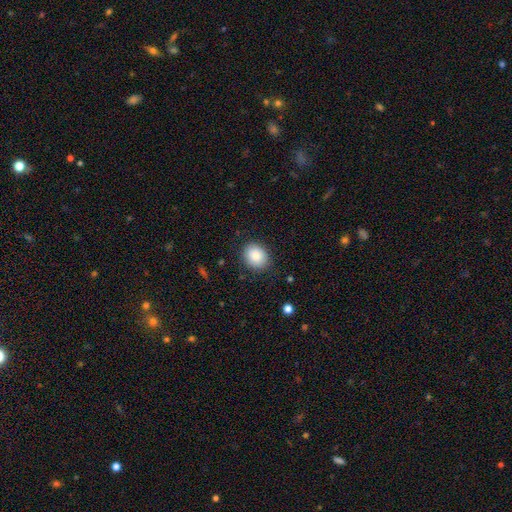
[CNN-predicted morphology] Smooth or featured? Predicted: smooth (p=0.86). How rounded? Predicted: round (p=0.61). Merging? Predicted: none (p=0.86).